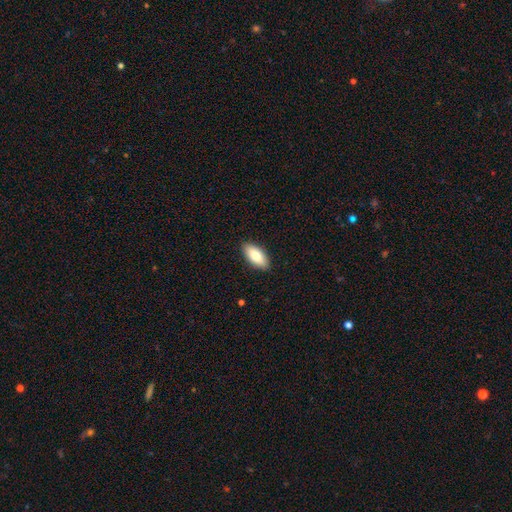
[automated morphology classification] Smooth or featured: smooth — 81% (featured or disk — 14%)
How rounded: in between — 88% (cigar-shaped — 10%)
Merging: none — 89% (minor disturbance — 8%)